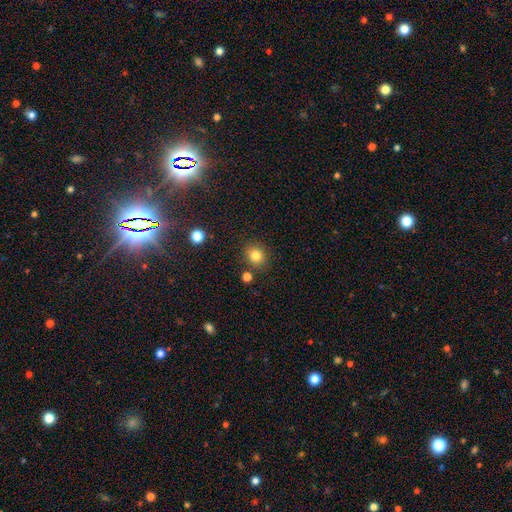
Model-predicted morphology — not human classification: smooth 82%, star or artifact 12%, featured or disk 6%. Down the decision tree: how rounded — round (78%); merging — none (83%).